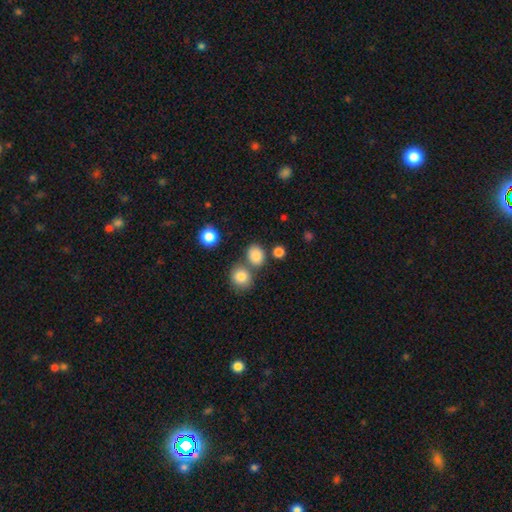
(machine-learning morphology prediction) type=smooth (84%); roundness=round (58%); merging=none (68%).